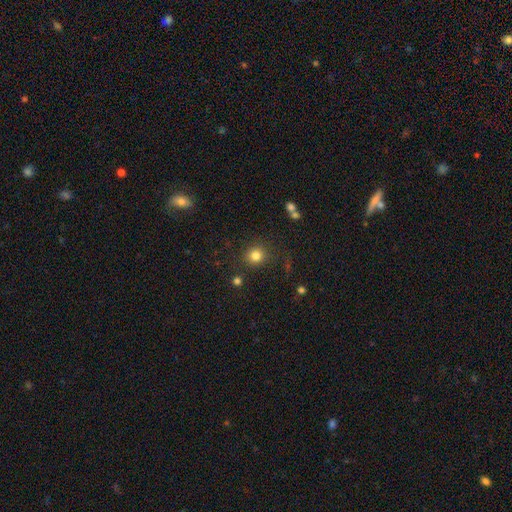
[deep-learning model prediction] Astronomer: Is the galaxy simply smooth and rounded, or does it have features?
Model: smooth — 82%.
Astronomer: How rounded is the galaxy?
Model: round — 88%.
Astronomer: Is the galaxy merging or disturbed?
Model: none — 85%.